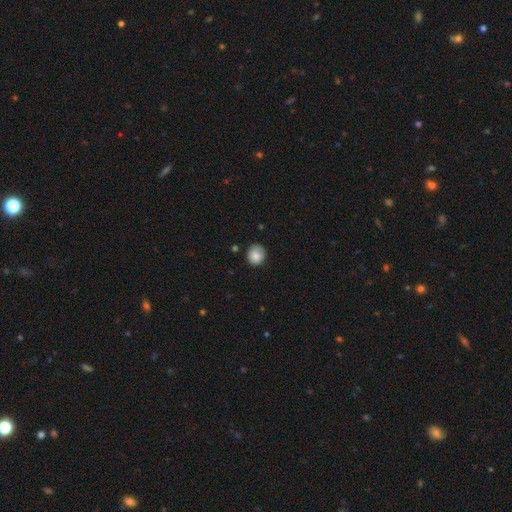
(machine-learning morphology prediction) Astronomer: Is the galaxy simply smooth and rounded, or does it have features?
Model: smooth — 85%.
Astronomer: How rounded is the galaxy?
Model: round — 86%.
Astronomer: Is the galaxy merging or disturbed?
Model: none — 82%.